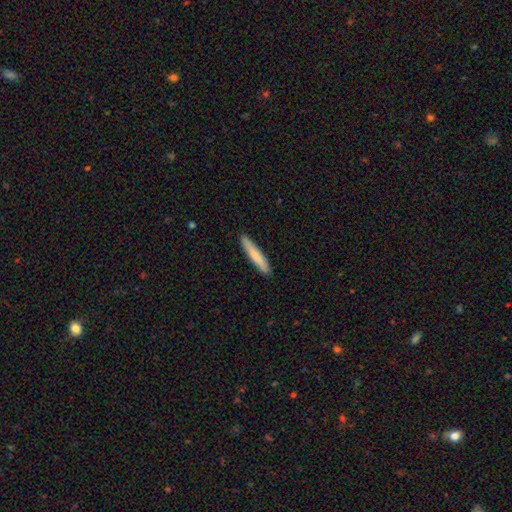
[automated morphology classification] Smooth or featured?
  - smooth: 79% *
  - featured or disk: 16%
  - star or artifact: 5%
How rounded?
  - cigar-shaped: 94% *
  - in between: 5%
  - round: 1%
Merging?
  - none: 91% *
  - minor disturbance: 7%
  - major disturbance: 1%
  - merger: 1%